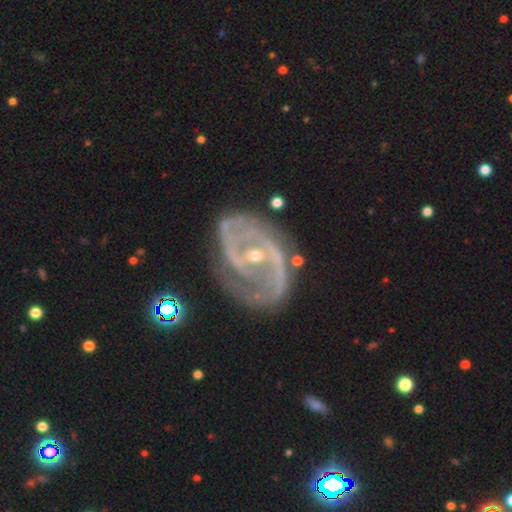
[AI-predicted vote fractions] Q: Smooth or featured?
A: featured or disk (91%); runner-up: star or artifact (5%)
Q: Edge-on disk?
A: no (97%); runner-up: yes (3%)
Q: Bar?
A: weak (40%); runner-up: strong (35%)
Q: Spiral arms?
A: yes (96%); runner-up: no (4%)
Q: Spiral winding?
A: medium (49%); runner-up: tight (36%)
Q: Spiral arm count?
A: 2 (76%); runner-up: can't tell (8%)
Q: Bulge size?
A: small (67%); runner-up: moderate (30%)
Q: Merging?
A: none (64%); runner-up: minor disturbance (22%)